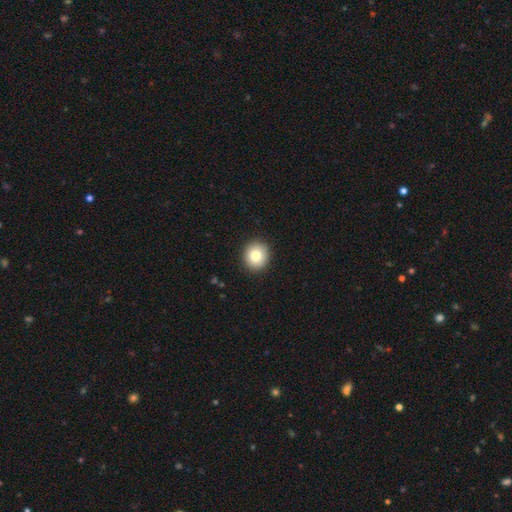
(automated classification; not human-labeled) smooth_or_featured: smooth (p=0.83) [alt: star or artifact p=0.09]
how_rounded: round (p=0.86) [alt: in between p=0.13]
merging: none (p=0.91) [alt: minor disturbance p=0.07]